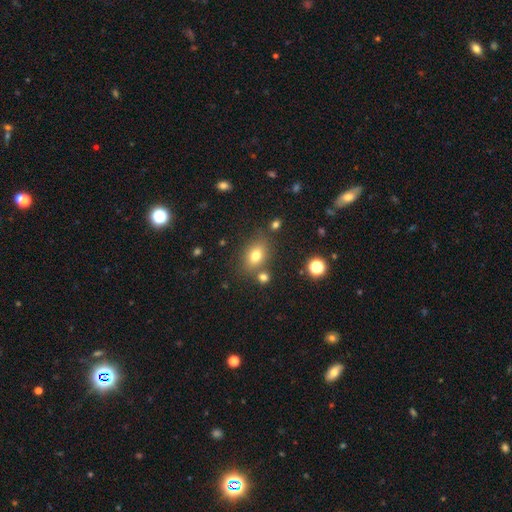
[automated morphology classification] smooth 75%, star or artifact 13%, featured or disk 12%. Down the decision tree: how rounded — in between (75%); merging — none (70%).